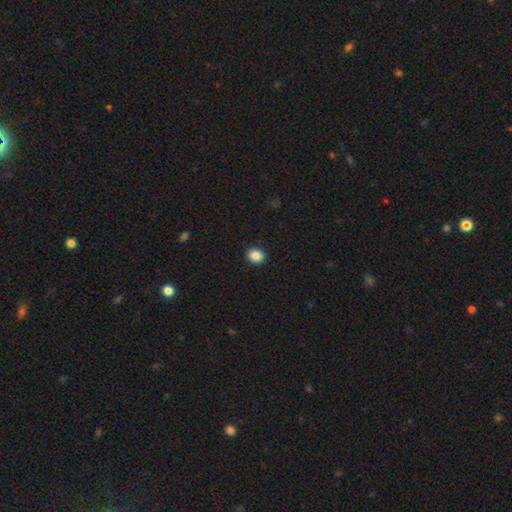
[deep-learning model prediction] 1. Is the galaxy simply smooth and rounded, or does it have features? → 89% smooth, 9% star or artifact, 3% featured or disk.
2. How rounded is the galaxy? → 58% round, 42% in between, 1% cigar-shaped.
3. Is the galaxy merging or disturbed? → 92% none, 6% minor disturbance, 2% major disturbance, 1% merger.